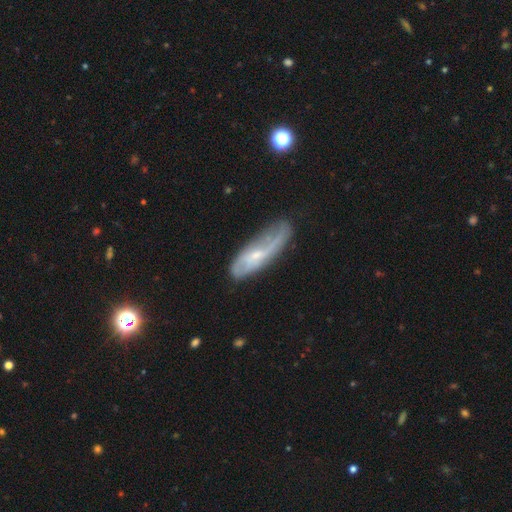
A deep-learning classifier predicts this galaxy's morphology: type=featured or disk (65%); edge-on=no (78%); bar=no (55%); spiral arms=yes (79%); bulge=small (69%); merging=none (54%).